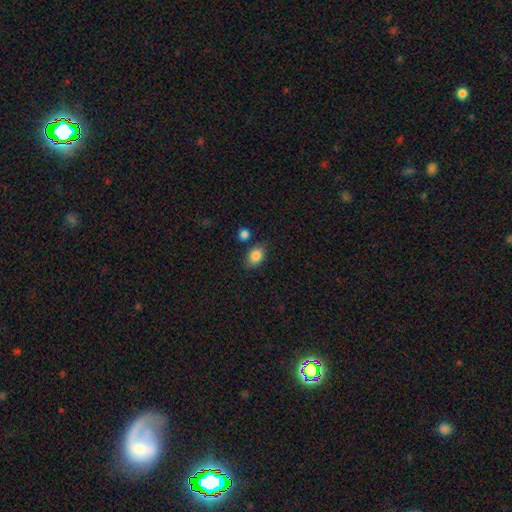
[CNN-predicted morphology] smooth-or-featured: smooth: 84% | star or artifact: 9% | featured or disk: 7%
  how-rounded: in between: 70% | round: 28% | cigar-shaped: 2%
  merging: none: 75% | minor disturbance: 15% | merger: 6% | major disturbance: 3%